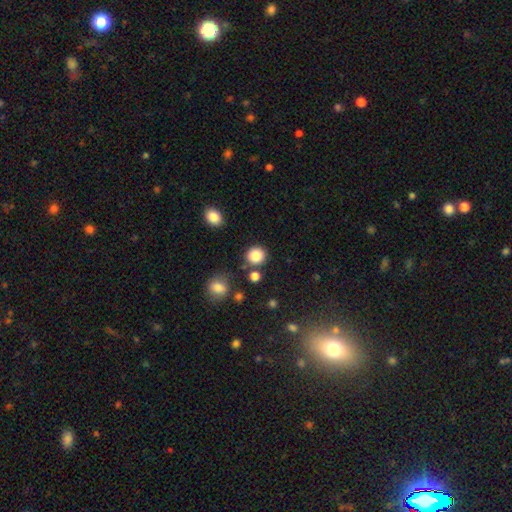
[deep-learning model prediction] The model was most divided on "merging": none: 82%, minor disturbance: 9%, merger: 6%, major disturbance: 3%. More confident: how rounded — round (90%); smooth or featured — smooth (85%).